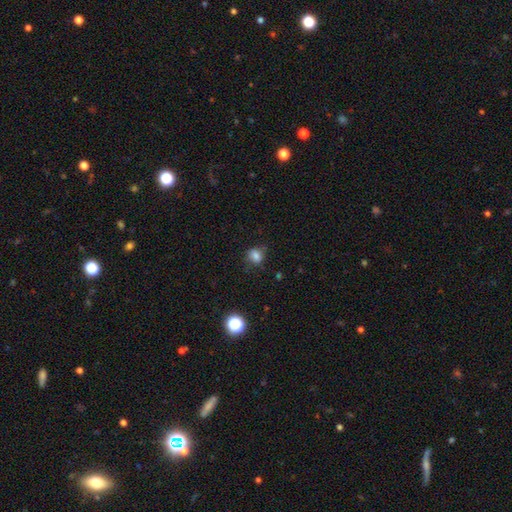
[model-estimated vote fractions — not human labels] A smooth galaxy with no disk features (78%) that is round (54%).

Vote fractions:
- Smooth or featured? smooth: 78% / star or artifact: 14% / featured or disk: 9%
- How rounded? round: 54% / in between: 45% / cigar-shaped: 1%
- Merging? none: 69% / minor disturbance: 22% / major disturbance: 7% / merger: 2%